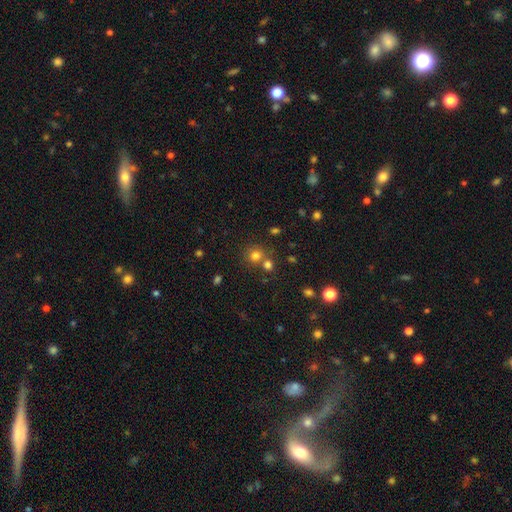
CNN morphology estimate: Smooth or featured: smooth — 75% (star or artifact — 17%)
How rounded: round — 86% (in between — 13%)
Merging: none — 61% (merger — 28%)